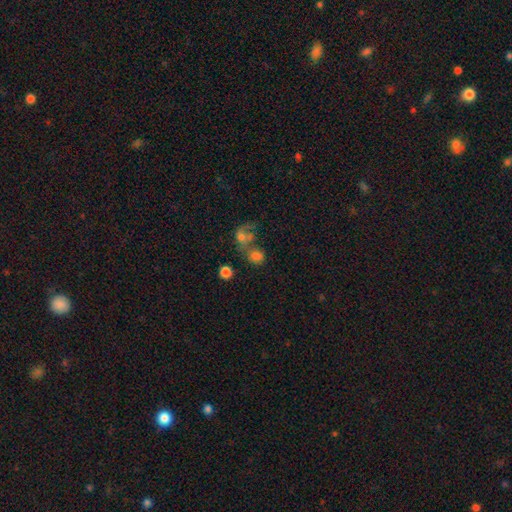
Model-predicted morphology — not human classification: Smooth or featured: smooth — 68% (featured or disk — 16%)
How rounded: round — 64% (in between — 34%)
Merging: merger — 50% (none — 30%)